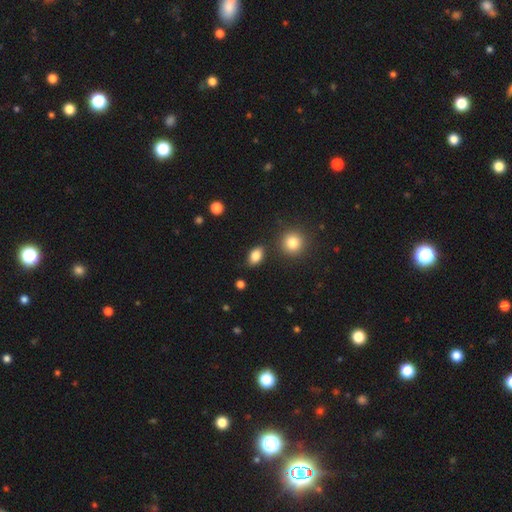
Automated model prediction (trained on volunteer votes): This is clearly a smooth galaxy (84%). How rounded: clearly in between (83%). Merging: clearly none (83%).